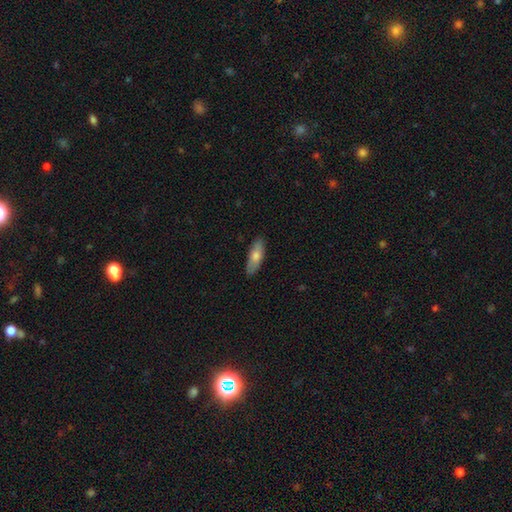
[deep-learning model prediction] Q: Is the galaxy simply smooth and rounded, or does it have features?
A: smooth — 72%.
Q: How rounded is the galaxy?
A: in between — 64%.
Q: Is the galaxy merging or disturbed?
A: none — 86%.